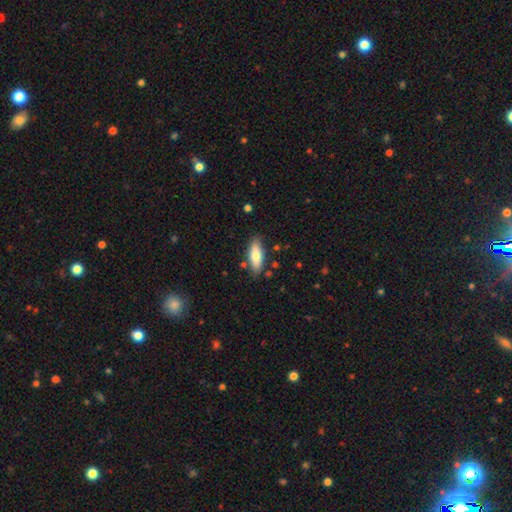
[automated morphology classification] Smooth or featured: smooth — 75% (featured or disk — 19%)
How rounded: in between — 72% (cigar-shaped — 26%)
Merging: none — 82% (minor disturbance — 13%)